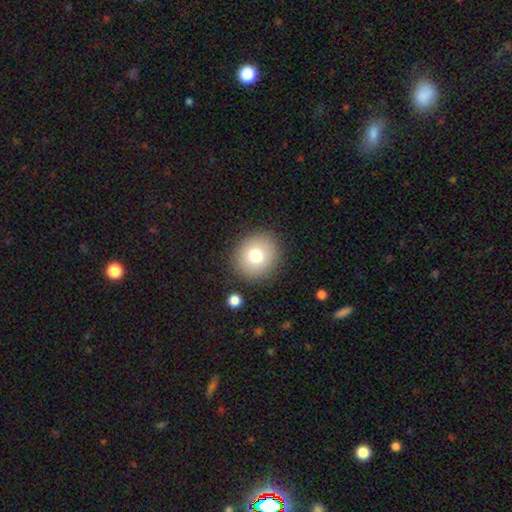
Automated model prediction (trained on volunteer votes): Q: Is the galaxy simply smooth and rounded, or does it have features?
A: smooth — 76%.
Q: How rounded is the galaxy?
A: round — 85%.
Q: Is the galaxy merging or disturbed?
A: none — 88%.